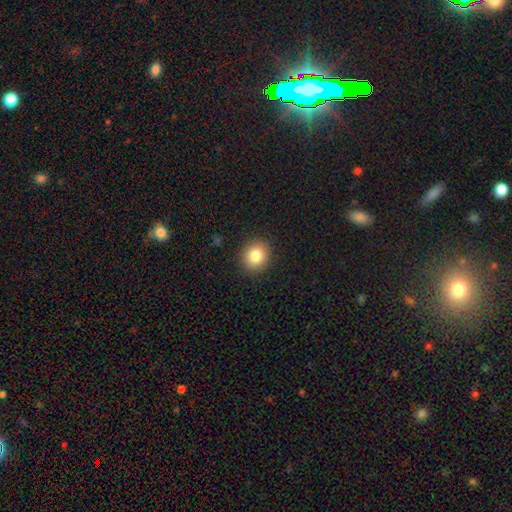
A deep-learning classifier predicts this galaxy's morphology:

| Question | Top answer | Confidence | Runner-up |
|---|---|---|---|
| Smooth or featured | smooth | 83% | star or artifact (10%) |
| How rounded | round | 78% | in between (21%) |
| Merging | none | 90% | minor disturbance (6%) |